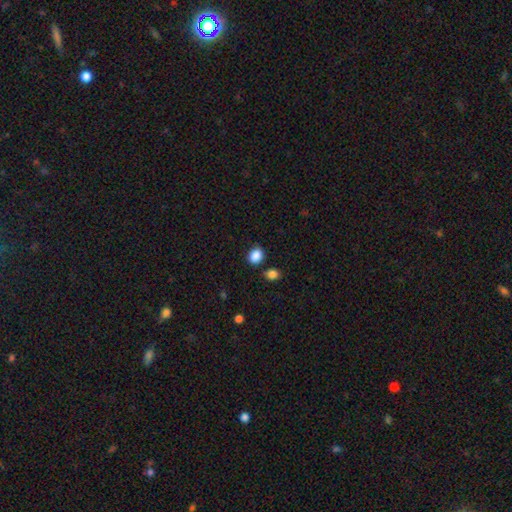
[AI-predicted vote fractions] smooth 88%, star or artifact 9%, featured or disk 3%. Down the decision tree: how rounded — round (55%); merging — none (79%).